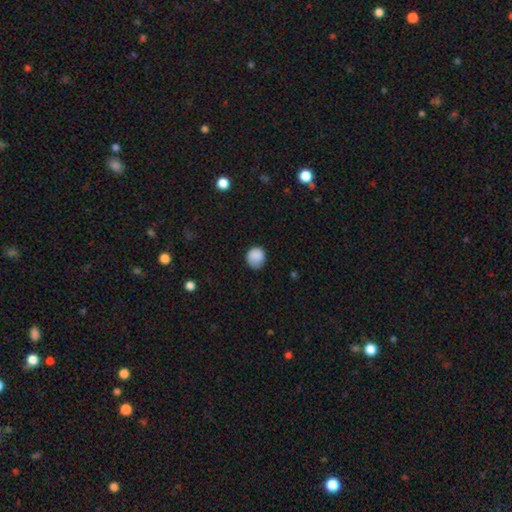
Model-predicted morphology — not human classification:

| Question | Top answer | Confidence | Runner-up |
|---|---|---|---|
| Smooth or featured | smooth | 87% | star or artifact (8%) |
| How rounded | round | 83% | in between (16%) |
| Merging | none | 73% | minor disturbance (21%) |